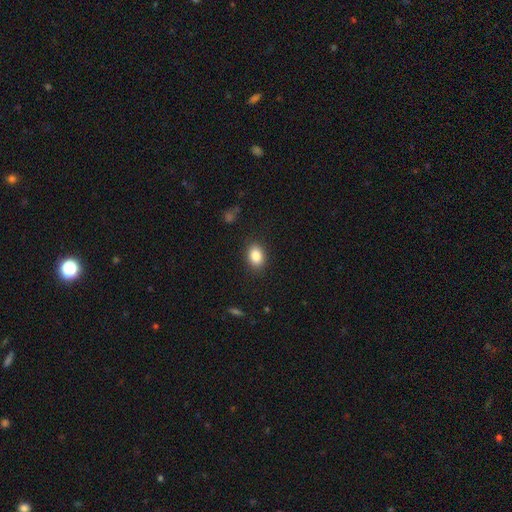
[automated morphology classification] The model was most divided on "how rounded": in between: 73%, round: 26%, cigar-shaped: 1%. More confident: merging — none (86%); smooth or featured — smooth (86%).